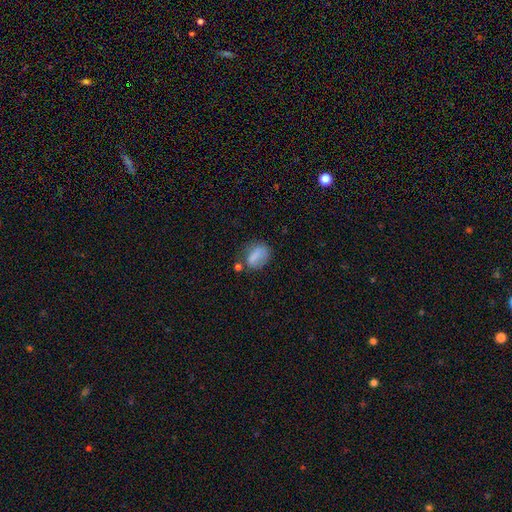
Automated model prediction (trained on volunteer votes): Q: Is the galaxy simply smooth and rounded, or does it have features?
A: smooth — 79%.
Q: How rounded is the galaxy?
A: in between — 77%.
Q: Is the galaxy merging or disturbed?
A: none — 53%.